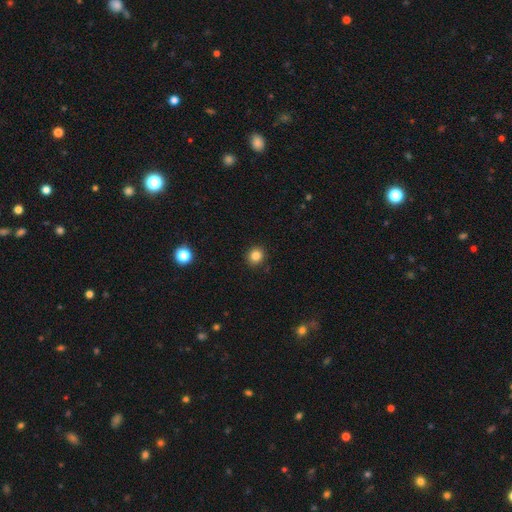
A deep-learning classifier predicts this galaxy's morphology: type=smooth (84%); roundness=round (86%); merging=none (91%).